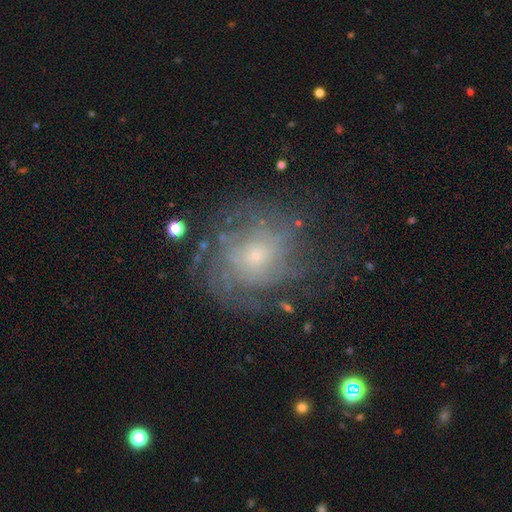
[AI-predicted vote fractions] The model was most divided on "spiral winding": tight: 57%, medium: 30%, loose: 13%. More confident: edge-on disk — no (97%); spiral arms — yes (83%); bar — no (80%); smooth or featured — featured or disk (72%); merging — none (67%); bulge size — small (67%); spiral arm count — can't tell (51%).